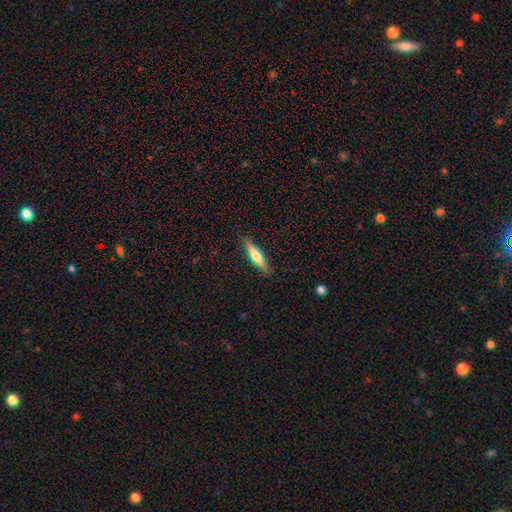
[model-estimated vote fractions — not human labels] Q: Smooth or featured?
A: smooth (54%); runner-up: featured or disk (40%)
Q: How rounded?
A: cigar-shaped (78%); runner-up: in between (20%)
Q: Merging?
A: none (88%); runner-up: minor disturbance (9%)